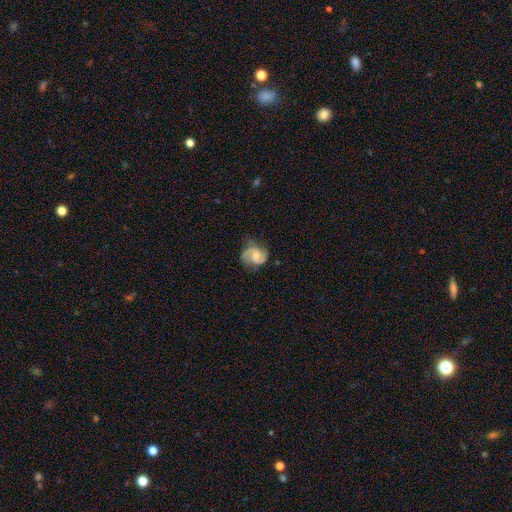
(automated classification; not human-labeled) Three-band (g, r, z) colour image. It shows a featured or disk galaxy (75%) with no bar (58%), 2 (85%) medium (51%) spiral arms (95%) and a moderate central bulge (47%). Merging: none (65%).